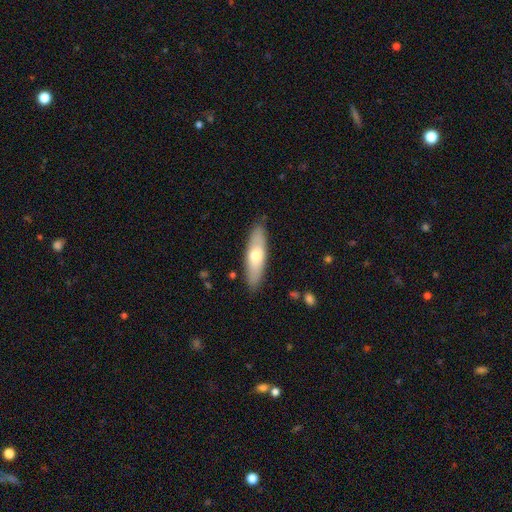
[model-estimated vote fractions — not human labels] The model was most divided on "how rounded": cigar-shaped: 55%, in between: 43%, round: 2%. More confident: merging — none (87%); smooth or featured — smooth (61%).